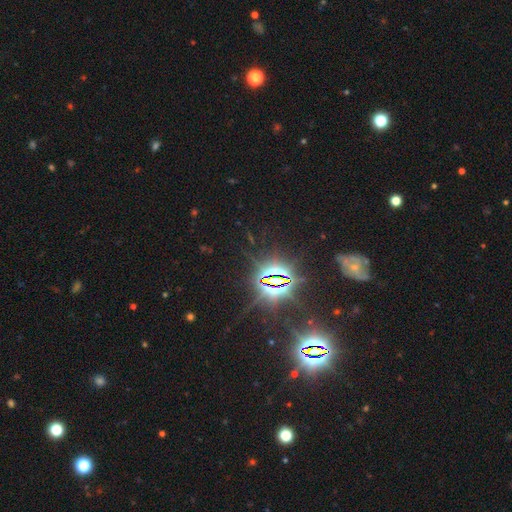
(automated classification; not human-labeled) Morphology: type=star or artifact (84%).